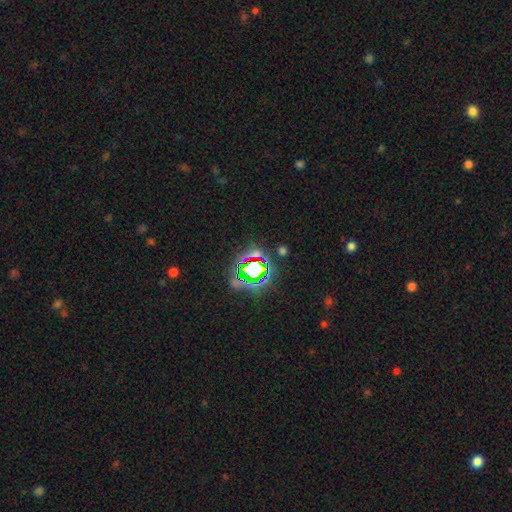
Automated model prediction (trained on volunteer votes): Overall: star or artifact (69%).